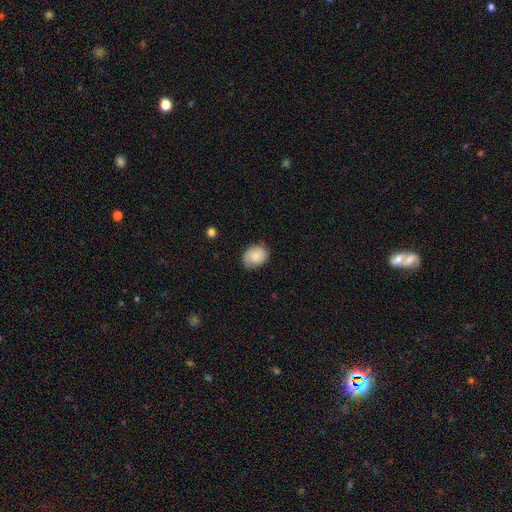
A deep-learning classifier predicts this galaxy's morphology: Smooth or featured? smooth (69%)
How rounded? in between (52%)
Merging? none (72%)